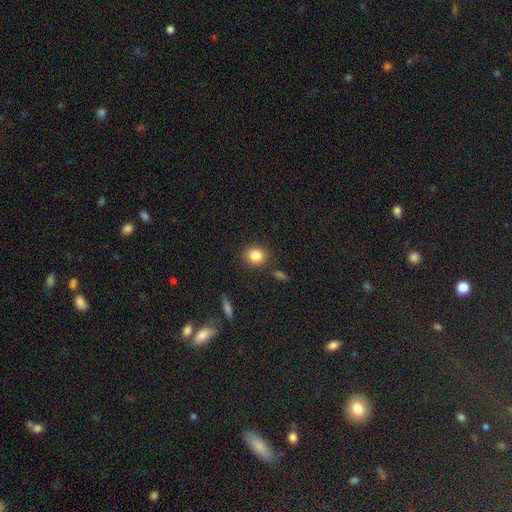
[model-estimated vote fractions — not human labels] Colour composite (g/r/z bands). It shows a smooth galaxy with no disk features (84%) that is round (74%). Merging: none (86%).